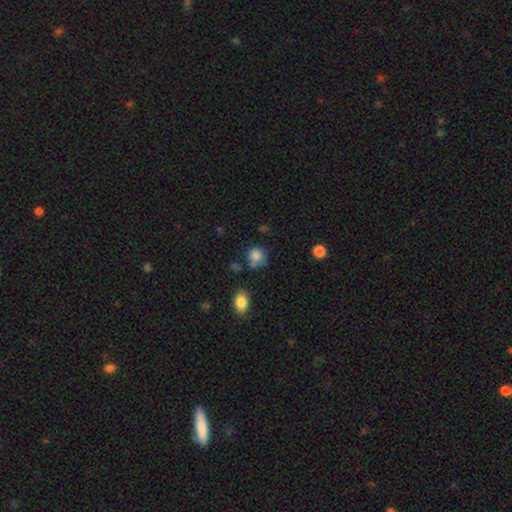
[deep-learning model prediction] Smooth or featured? Predicted: smooth (p=0.82). How rounded? Predicted: round (p=0.78). Merging? Predicted: none (p=0.56).